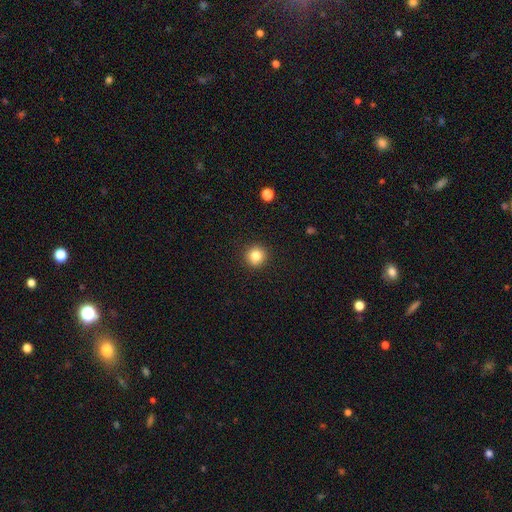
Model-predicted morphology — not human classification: A smooth galaxy with no disk features (83%) that is round (93%).

Vote fractions:
- Smooth or featured? smooth: 83% / star or artifact: 11% / featured or disk: 6%
- How rounded? round: 93% / in between: 6% / cigar-shaped: 1%
- Merging? none: 92% / minor disturbance: 5% / major disturbance: 2% / merger: 1%